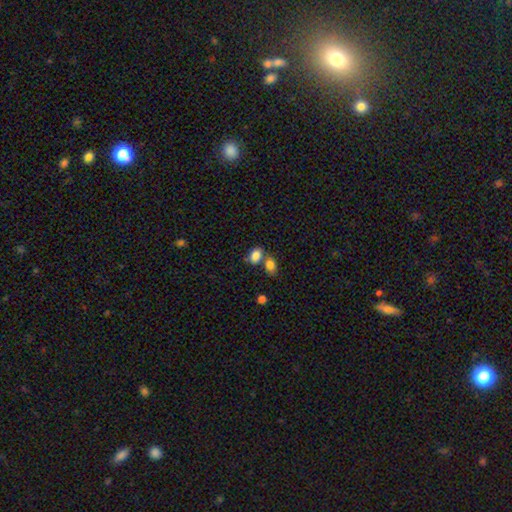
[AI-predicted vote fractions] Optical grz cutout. It shows a smooth galaxy with no disk features (84%) that is in between round and cigar-shaped (82%). Merging: none (44%).